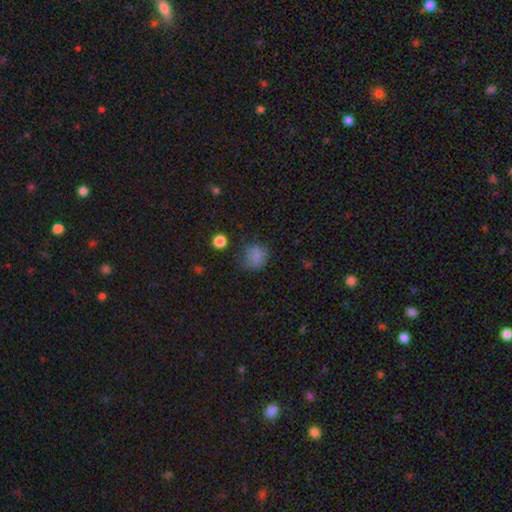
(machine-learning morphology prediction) This appears to be a smooth galaxy with no disk features (78%) that is round (77%). Merging: none (61%).